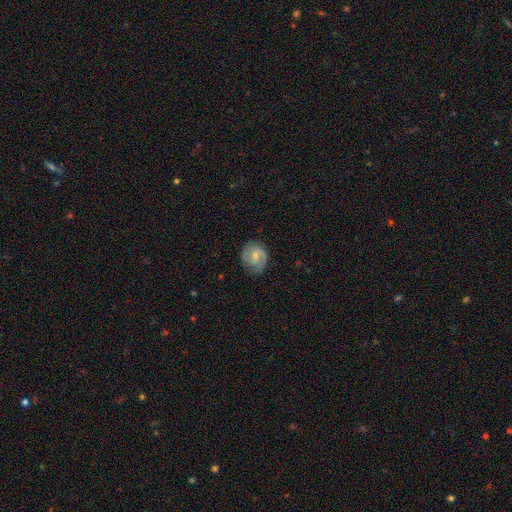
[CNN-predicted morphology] This appears to be a featured or disk galaxy (59%) with a weak bar (49%), 2 (72%) medium (44%) spiral arms (89%) and a small central bulge (52%). Merging: none (72%).